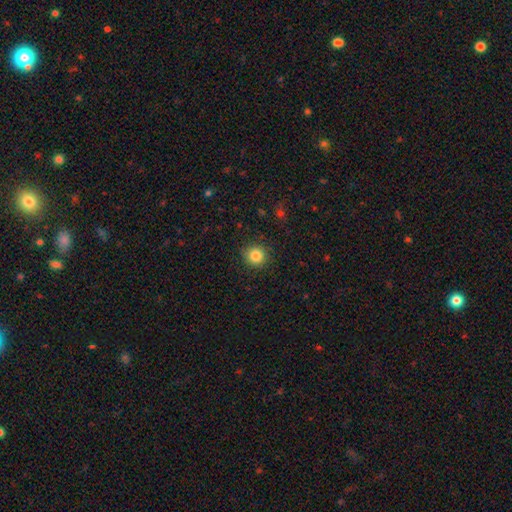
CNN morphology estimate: smooth_or_featured: smooth (p=0.84) [alt: star or artifact p=0.11]
how_rounded: round (p=0.93) [alt: in between p=0.06]
merging: none (p=0.89) [alt: minor disturbance p=0.07]